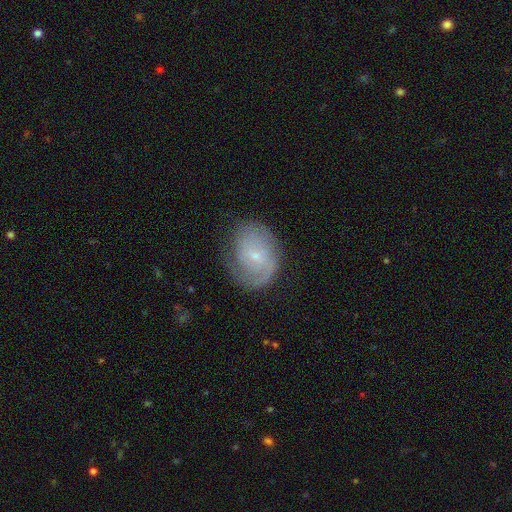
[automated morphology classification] type=featured or disk (67%); edge-on=no (97%); bar=no (48%); spiral arms=yes (87%); winding=tight (44%); arm count=2 (41%); bulge=small (75%); merging=none (66%).